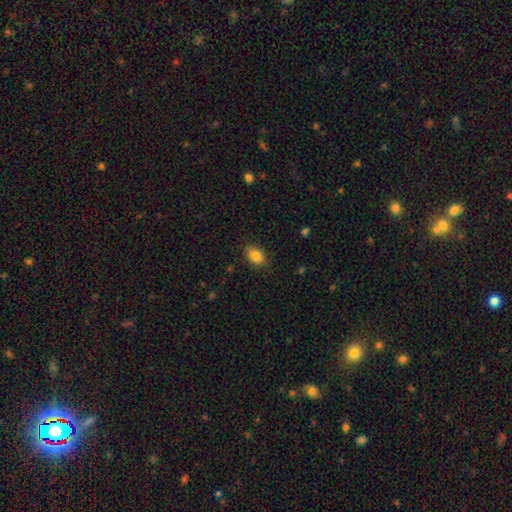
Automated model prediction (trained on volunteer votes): Overall: smooth (86%). How rounded: in between (84%). Merging: none (86%).